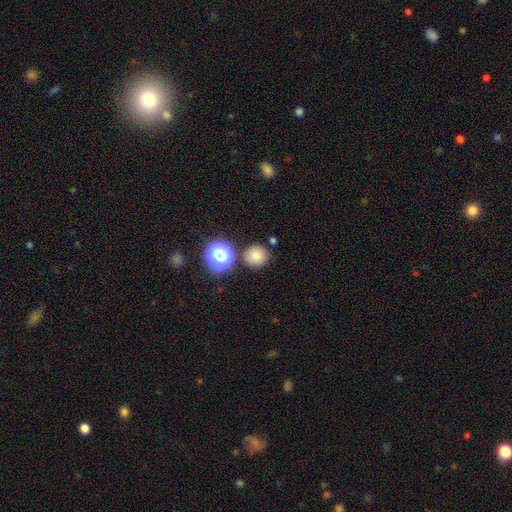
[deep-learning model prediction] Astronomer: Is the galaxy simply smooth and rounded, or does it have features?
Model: smooth — 77%.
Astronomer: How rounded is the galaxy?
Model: round — 92%.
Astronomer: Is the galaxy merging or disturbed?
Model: none — 81%.